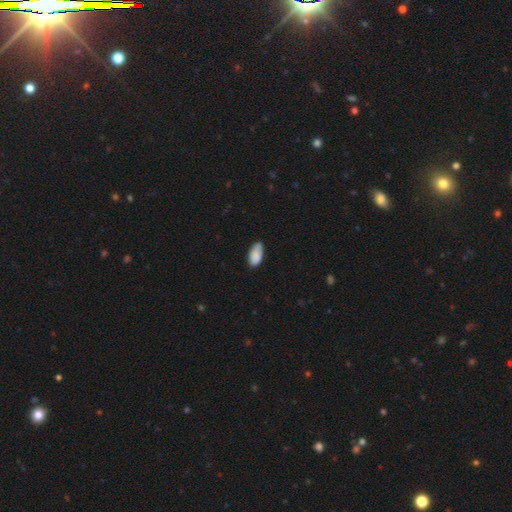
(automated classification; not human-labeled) Morphology: type=smooth (86%); roundness=in between (94%); merging=none (68%).